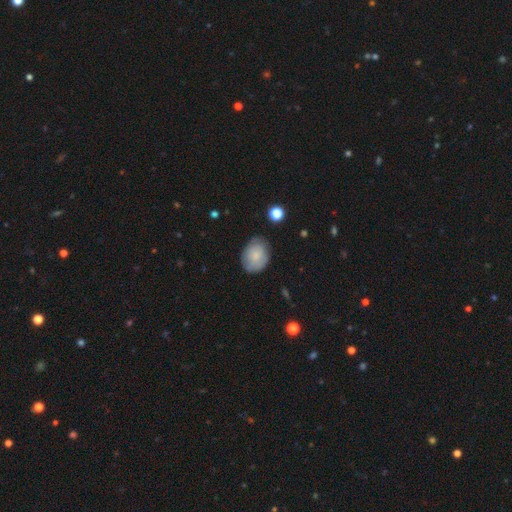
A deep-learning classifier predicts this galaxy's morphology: smooth_or_featured: smooth (p=0.71) [alt: featured or disk p=0.21]
how_rounded: in between (p=0.67) [alt: round p=0.32]
merging: none (p=0.73) [alt: minor disturbance p=0.20]